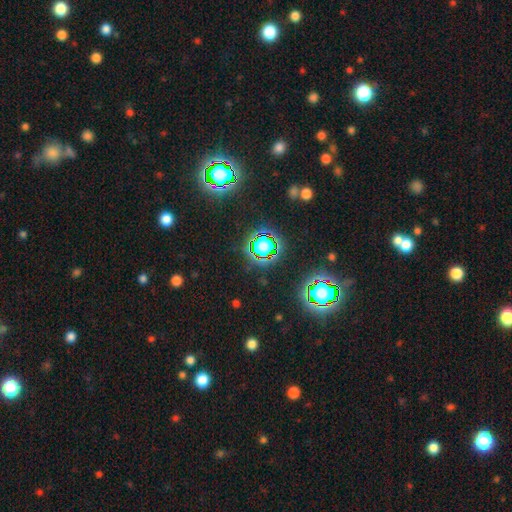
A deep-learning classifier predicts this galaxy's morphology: Smooth or featured?
  - star or artifact: 80% *
  - smooth: 13%
  - featured or disk: 7%